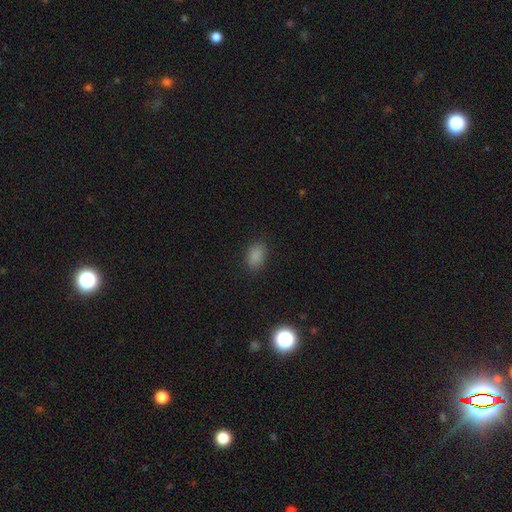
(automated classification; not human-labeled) Q: Smooth or featured?
A: smooth (85%); runner-up: star or artifact (11%)
Q: How rounded?
A: in between (87%); runner-up: round (11%)
Q: Merging?
A: none (85%); runner-up: minor disturbance (11%)